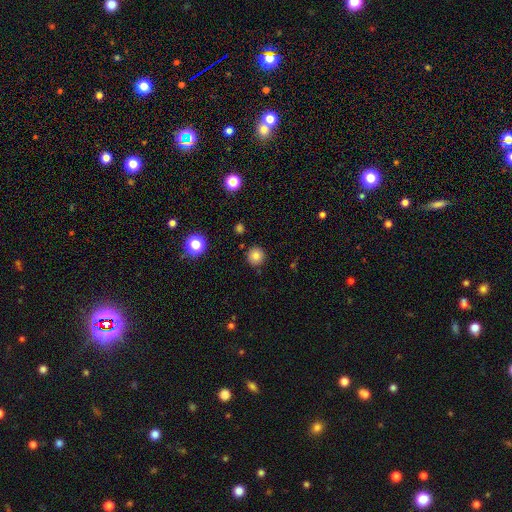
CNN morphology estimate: type=smooth (81%); roundness=round (95%); merging=none (89%).